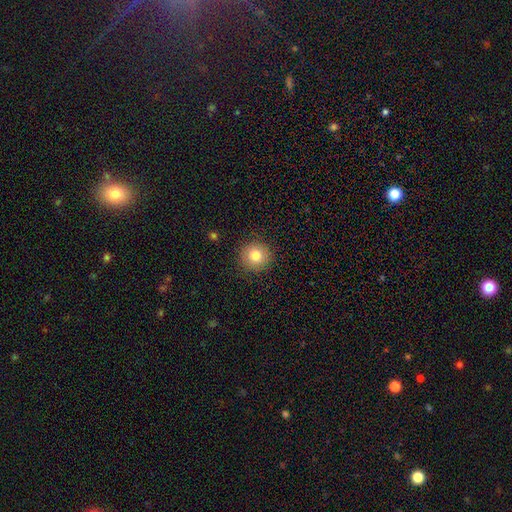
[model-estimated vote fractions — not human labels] Overall: smooth (79%). How rounded: round (94%). Merging: none (90%).